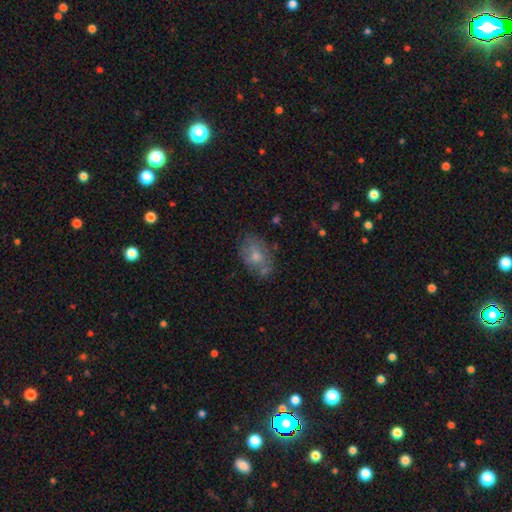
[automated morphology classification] Smooth or featured? smooth (55%)
How rounded? in between (78%)
Merging? none (66%)